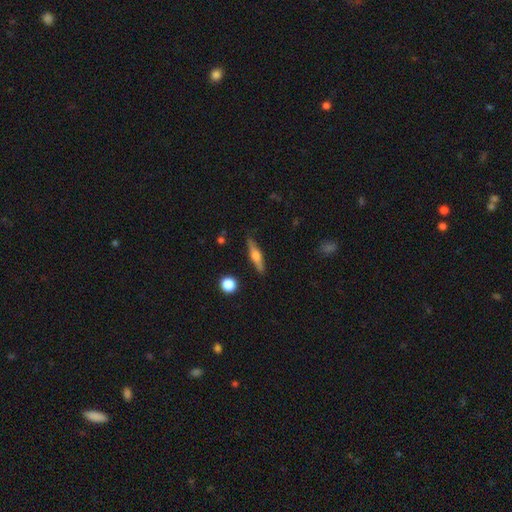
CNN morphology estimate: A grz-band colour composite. It shows a featured or disk galaxy (57%) viewed edge-on (96%) with a rounded central bulge (89%). Merging: none (87%).